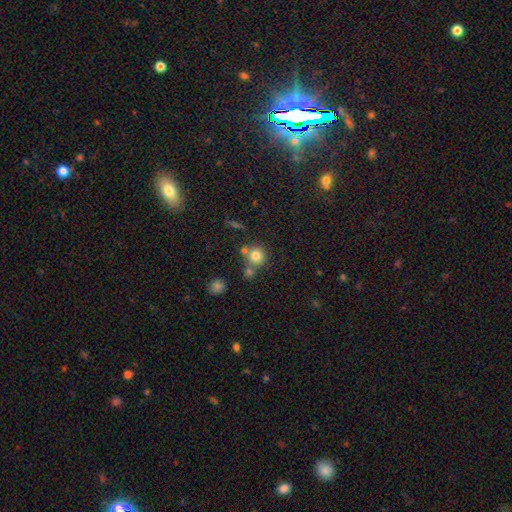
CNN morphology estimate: Smooth or featured? Predicted: smooth (p=0.78). How rounded? Predicted: round (p=0.90). Merging? Predicted: none (p=0.62).